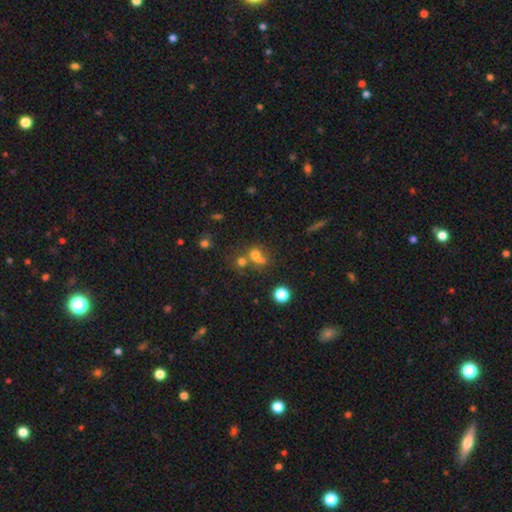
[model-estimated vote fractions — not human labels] Overall: smooth (63%). How rounded: round (66%; in between 32%). Merging: merger (46%; none 32%).